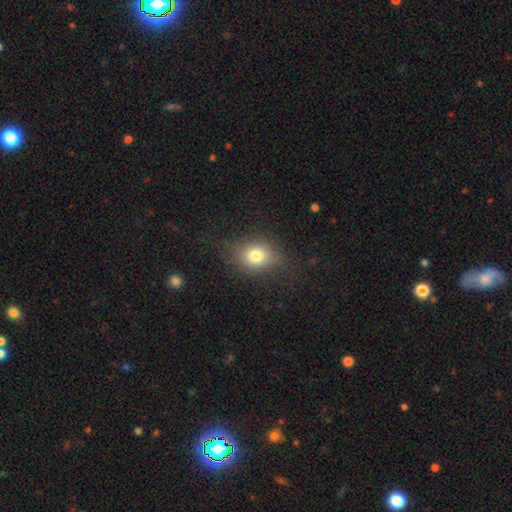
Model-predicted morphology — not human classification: Smooth or featured?
  - smooth: 77% *
  - star or artifact: 12%
  - featured or disk: 11%
How rounded?
  - in between: 53% *
  - round: 45%
  - cigar-shaped: 1%
Merging?
  - none: 73% *
  - minor disturbance: 17%
  - major disturbance: 8%
  - merger: 1%